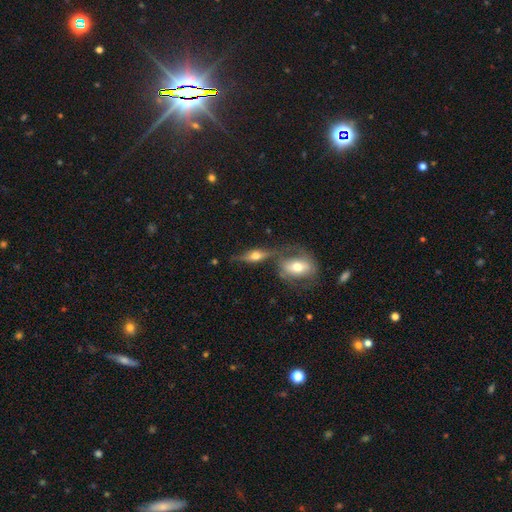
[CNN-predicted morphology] Smooth or featured: featured or disk — 59% (smooth — 32%)
Edge-on disk: yes — 84% (no — 16%)
Edge-on bulge: rounded — 93% (boxy — 5%)
Merging: none — 56% (merger — 23%)